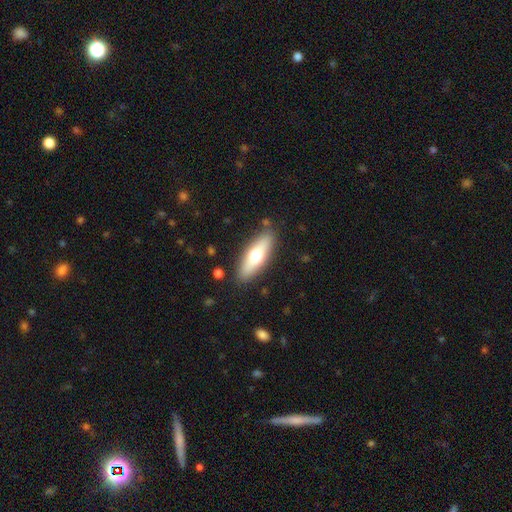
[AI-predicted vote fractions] Smooth or featured?
  - smooth: 59% *
  - featured or disk: 36%
  - star or artifact: 6%
How rounded?
  - in between: 50% *
  - cigar-shaped: 47%
  - round: 2%
Merging?
  - none: 85% *
  - minor disturbance: 10%
  - major disturbance: 2%
  - merger: 2%